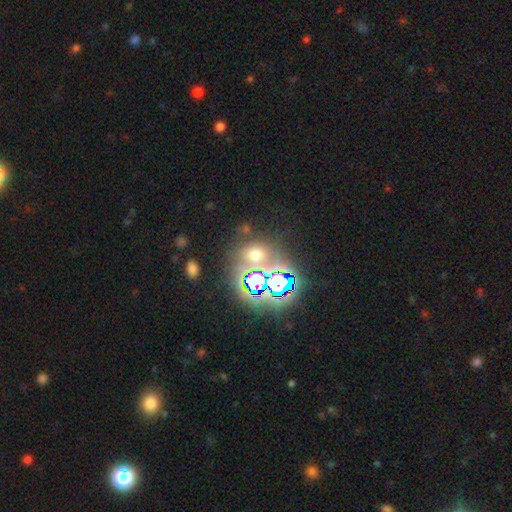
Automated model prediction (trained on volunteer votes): Overall: star or artifact (51%; smooth 39%).